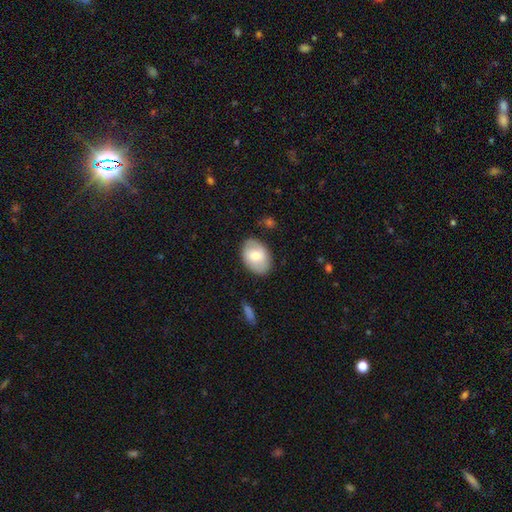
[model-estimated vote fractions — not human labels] Smooth or featured? smooth (65%)
How rounded? in between (80%)
Merging? none (82%)